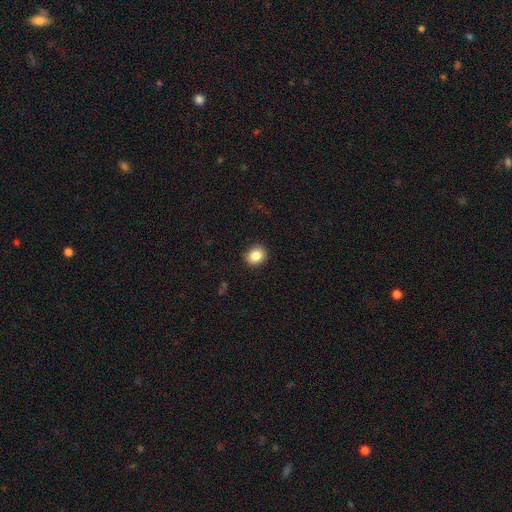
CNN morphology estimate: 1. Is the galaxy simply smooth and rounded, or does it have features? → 86% smooth, 9% star or artifact, 5% featured or disk.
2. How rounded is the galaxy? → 61% round, 38% in between, 1% cigar-shaped.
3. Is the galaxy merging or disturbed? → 89% none, 8% minor disturbance, 2% major disturbance, 1% merger.